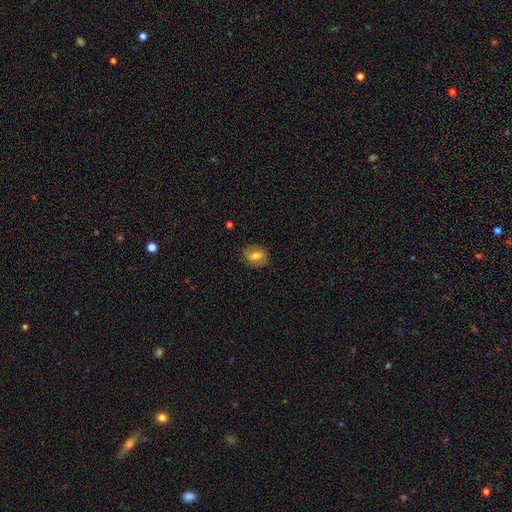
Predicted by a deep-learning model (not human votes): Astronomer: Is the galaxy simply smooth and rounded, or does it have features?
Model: smooth — 65%.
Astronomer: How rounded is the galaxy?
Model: in between — 50% (runner-up: round, 48%).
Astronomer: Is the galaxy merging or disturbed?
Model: none — 83%.